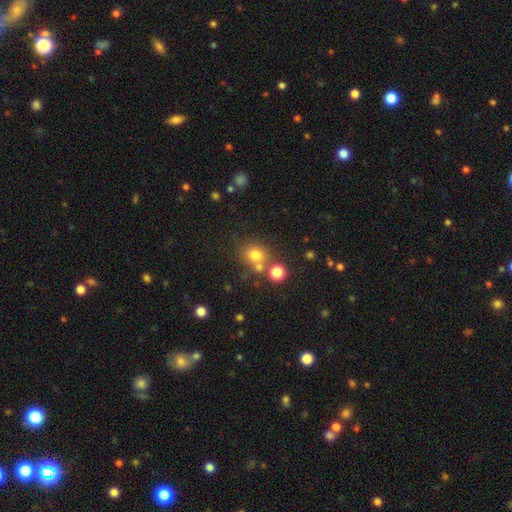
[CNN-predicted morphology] This appears to be a smooth galaxy with no disk features (75%) that is round (78%). Merging: none (63%).